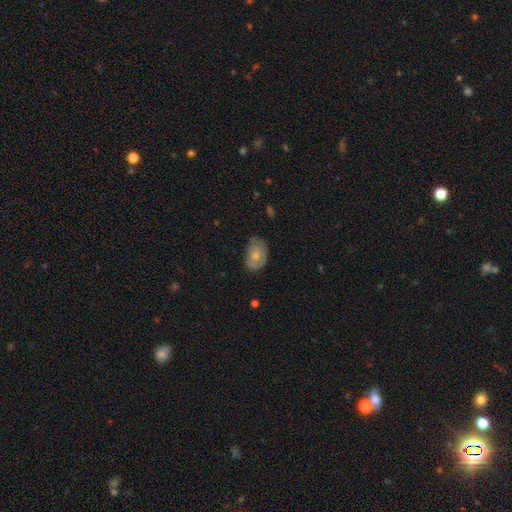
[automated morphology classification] type=smooth (69%); roundness=in between (84%); merging=none (60%).